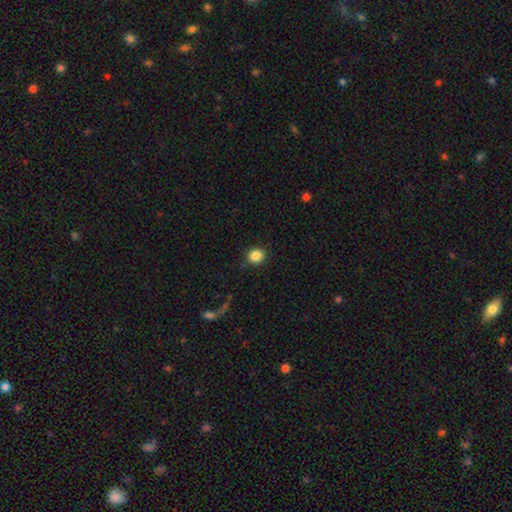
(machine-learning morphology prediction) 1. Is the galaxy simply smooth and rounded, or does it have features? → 86% smooth, 9% star or artifact, 5% featured or disk.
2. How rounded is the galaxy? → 85% round, 14% in between, 1% cigar-shaped.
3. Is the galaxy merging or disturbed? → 88% none, 7% minor disturbance, 3% major disturbance, 2% merger.